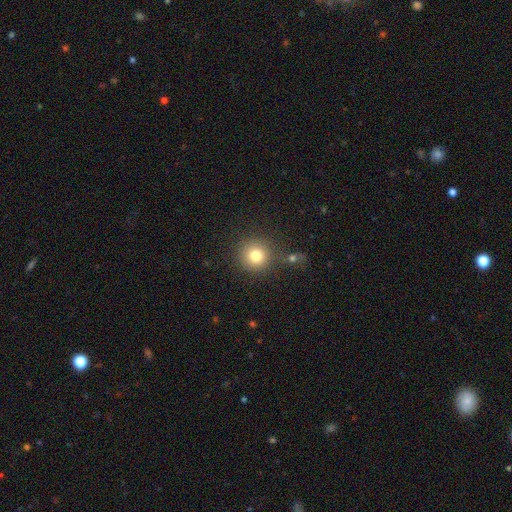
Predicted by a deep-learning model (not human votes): The model was most divided on "smooth or featured": smooth: 79%, star or artifact: 13%, featured or disk: 8%. More confident: how rounded — round (94%); merging — none (80%).